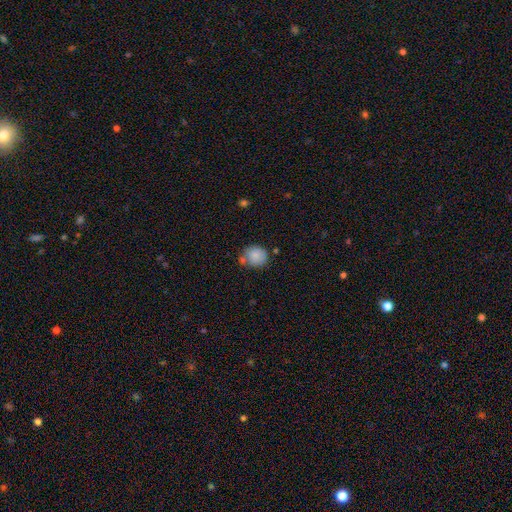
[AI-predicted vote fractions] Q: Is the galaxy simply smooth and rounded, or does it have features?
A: smooth — 84%.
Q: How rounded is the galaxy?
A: round — 80%.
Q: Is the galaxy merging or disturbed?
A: none — 65%.